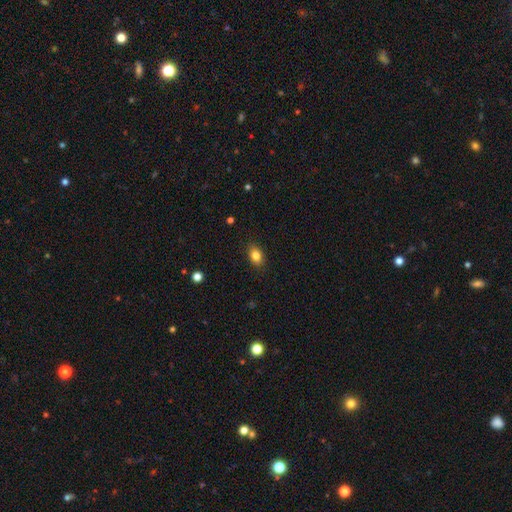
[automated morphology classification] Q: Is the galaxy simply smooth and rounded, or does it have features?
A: smooth — 82%.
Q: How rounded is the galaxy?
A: in between — 75%.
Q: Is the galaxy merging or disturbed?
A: none — 87%.